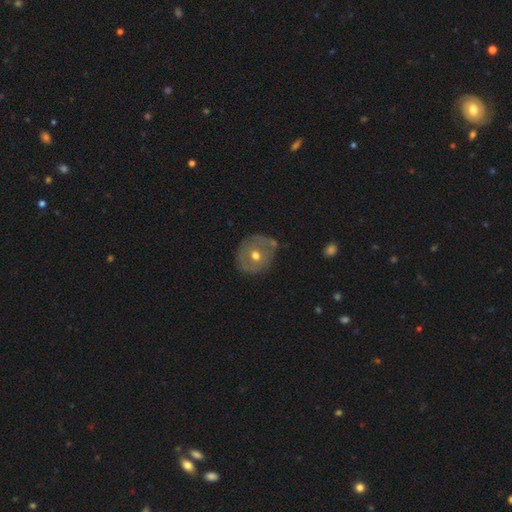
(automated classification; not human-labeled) Smooth or featured? featured or disk (46%, tied with smooth)
Merging? none (66%)